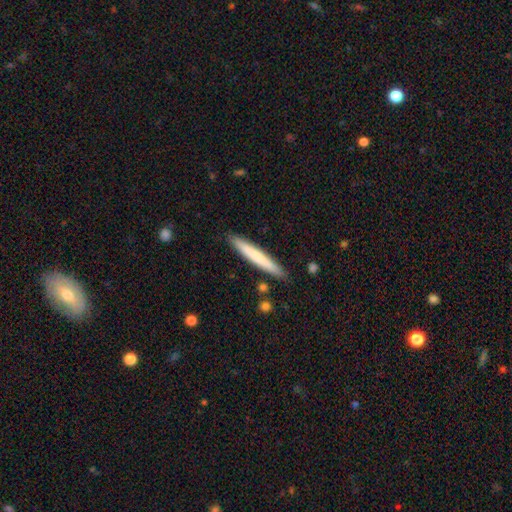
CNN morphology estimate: A smooth galaxy with no disk features (68%) that is cigar-shaped (96%).

Vote fractions:
- Smooth or featured? smooth: 68% / featured or disk: 27% / star or artifact: 5%
- How rounded? cigar-shaped: 96% / in between: 3% / round: 1%
- Merging? none: 89% / minor disturbance: 8% / merger: 2% / major disturbance: 1%